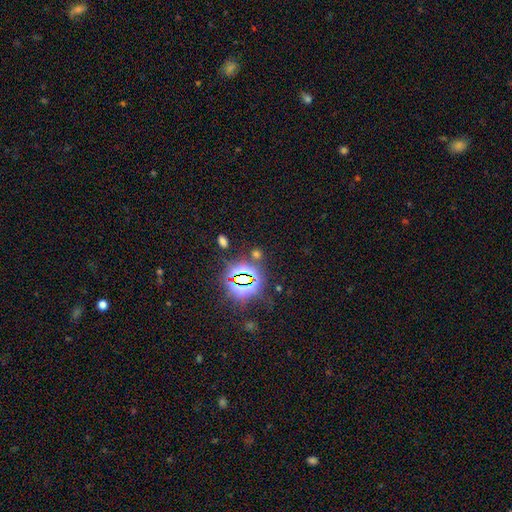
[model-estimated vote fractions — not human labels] Smooth or featured: star or artifact — 78% (smooth — 14%)